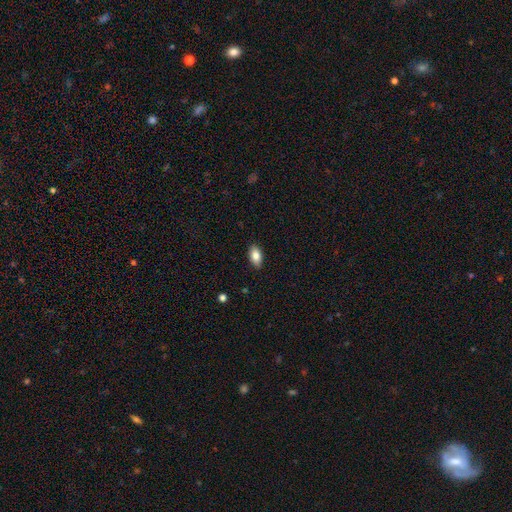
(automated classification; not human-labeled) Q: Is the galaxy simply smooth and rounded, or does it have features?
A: smooth — 83%.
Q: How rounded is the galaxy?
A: in between — 92%.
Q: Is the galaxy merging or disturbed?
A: none — 88%.